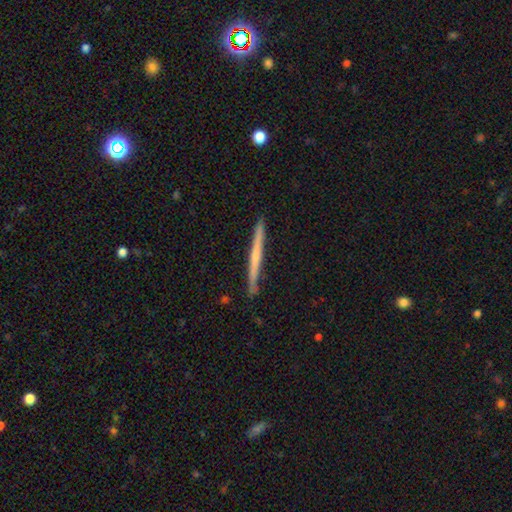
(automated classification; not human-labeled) Smooth or featured?
  - featured or disk: 59% *
  - smooth: 36%
  - star or artifact: 5%
Edge-on disk?
  - yes: 98% *
  - no: 2%
Edge-on bulge?
  - none: 59% *
  - rounded: 35%
  - boxy: 6%
Merging?
  - none: 91% *
  - minor disturbance: 7%
  - major disturbance: 1%
  - merger: 1%